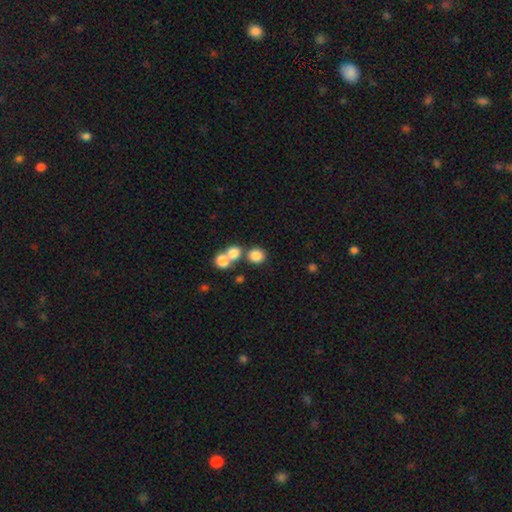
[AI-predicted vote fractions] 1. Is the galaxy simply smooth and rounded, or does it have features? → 82% smooth, 12% star or artifact, 6% featured or disk.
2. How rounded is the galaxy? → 88% round, 11% in between, 1% cigar-shaped.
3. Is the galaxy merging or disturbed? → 64% none, 26% merger, 7% minor disturbance, 4% major disturbance.